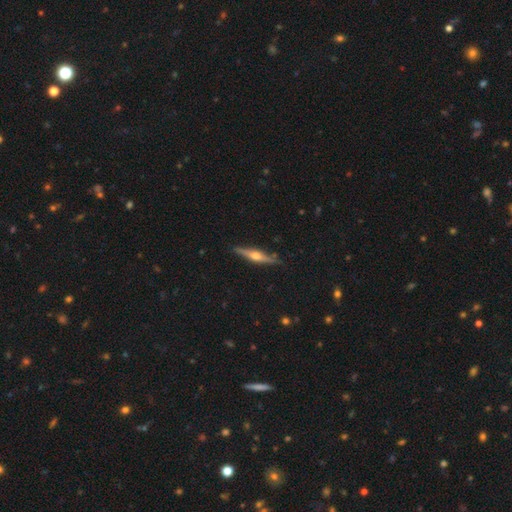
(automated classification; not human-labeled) Smooth or featured: featured or disk — 75% (smooth — 20%)
Edge-on disk: yes — 97% (no — 3%)
Edge-on bulge: rounded — 93% (boxy — 4%)
Merging: none — 87% (minor disturbance — 10%)